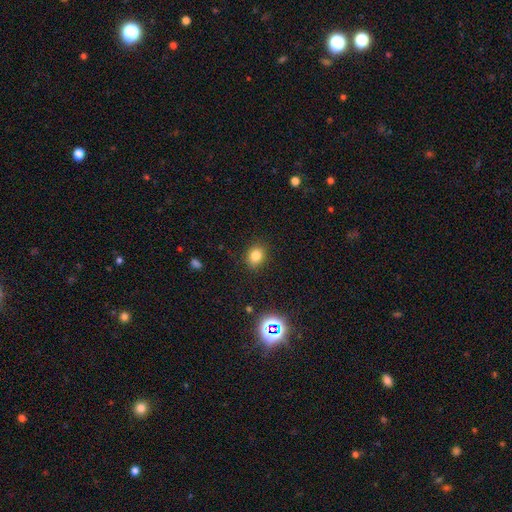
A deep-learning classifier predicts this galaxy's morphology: A smooth galaxy with no disk features (80%) that is round (52%).

Vote fractions:
- Smooth or featured? smooth: 80% / star or artifact: 14% / featured or disk: 6%
- How rounded? round: 52% / in between: 47% / cigar-shaped: 1%
- Merging? none: 87% / minor disturbance: 9% / major disturbance: 3% / merger: 1%